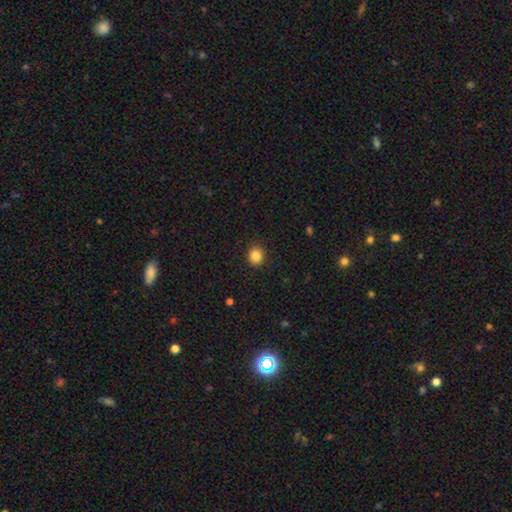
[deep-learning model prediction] smooth 85%, star or artifact 10%, featured or disk 5%. Down the decision tree: how rounded — round (81%); merging — none (91%).